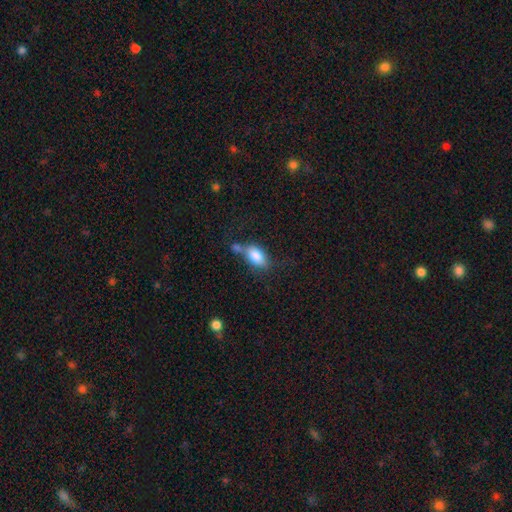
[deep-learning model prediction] Smooth or featured? smooth (80%)
How rounded? in between (89%)
Merging? none (42%)